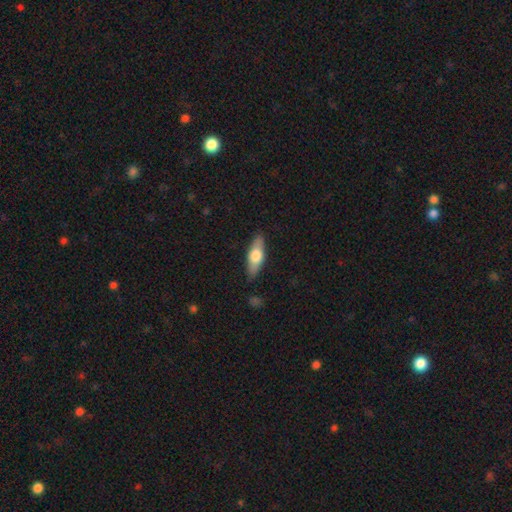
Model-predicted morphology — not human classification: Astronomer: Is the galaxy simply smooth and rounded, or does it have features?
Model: smooth — 59% (runner-up: featured or disk, 35%).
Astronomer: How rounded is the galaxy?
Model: in between — 60% (runner-up: cigar-shaped, 37%).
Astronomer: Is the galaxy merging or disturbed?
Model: none — 85%.